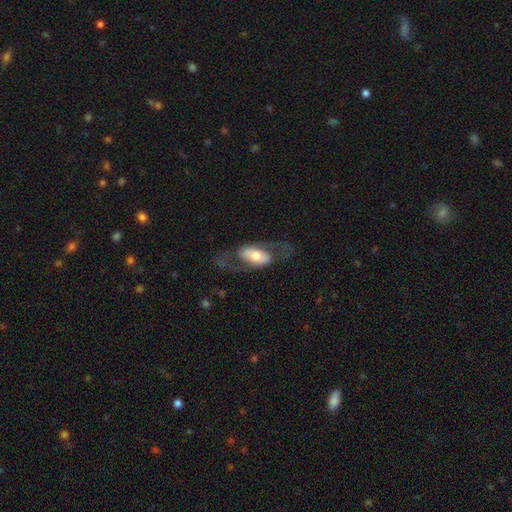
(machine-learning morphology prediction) This is likely a featured or disk galaxy (66%). It is clearly not viewed edge-on (88%). Bar: marginally no (42%). Spiral arm pattern: likely yes (73%). Central bulge: possibly moderate (53%). Merging: likely none (64%).